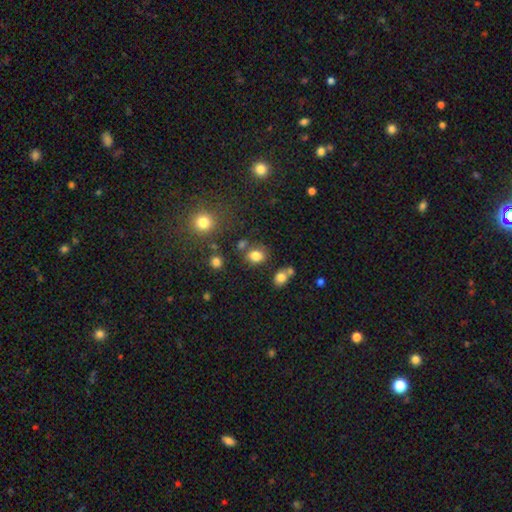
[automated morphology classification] Smooth or featured: smooth — 80% (star or artifact — 13%)
How rounded: in between — 56% (round — 43%)
Merging: none — 69% (minor disturbance — 14%)